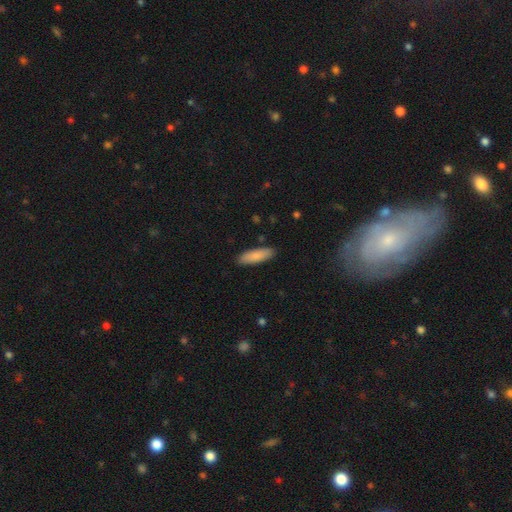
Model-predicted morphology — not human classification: Q: Smooth or featured?
A: smooth (85%); runner-up: featured or disk (9%)
Q: How rounded?
A: cigar-shaped (56%); runner-up: in between (43%)
Q: Merging?
A: none (89%); runner-up: minor disturbance (8%)